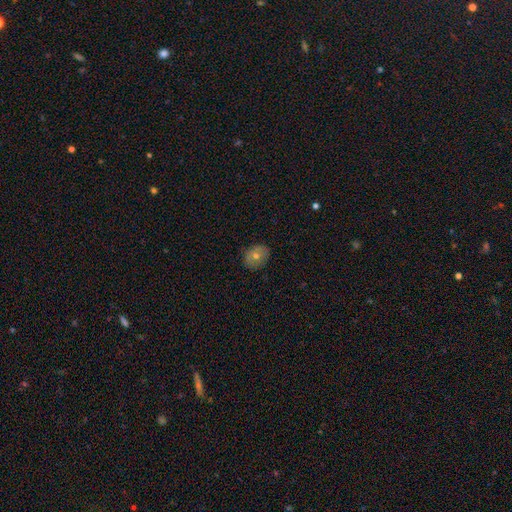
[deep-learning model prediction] A smooth galaxy with no disk features (58%) that is in between round and cigar-shaped (51%). Merging: none (83%).